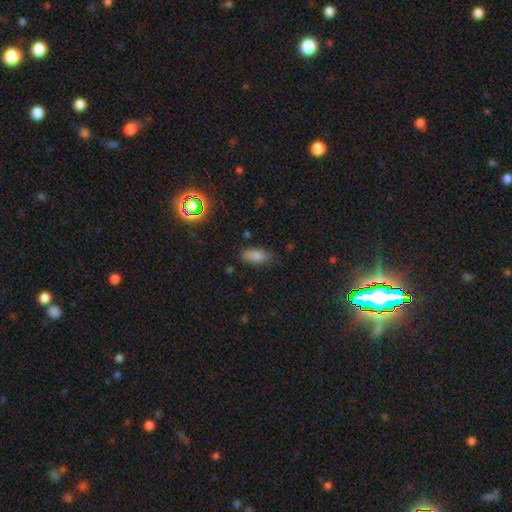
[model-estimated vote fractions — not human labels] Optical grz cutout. It shows a smooth galaxy with no disk features (81%) that is in between round and cigar-shaped (83%). Merging: none (72%).